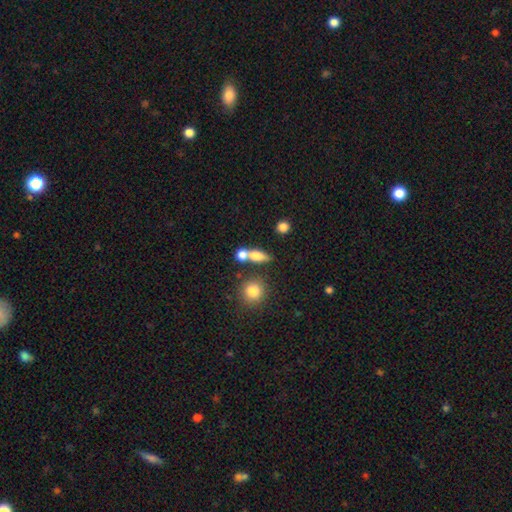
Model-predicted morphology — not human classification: Smooth or featured? Predicted: smooth (p=0.72). How rounded? Predicted: in between (p=0.50). Merging? Predicted: none (p=0.44).